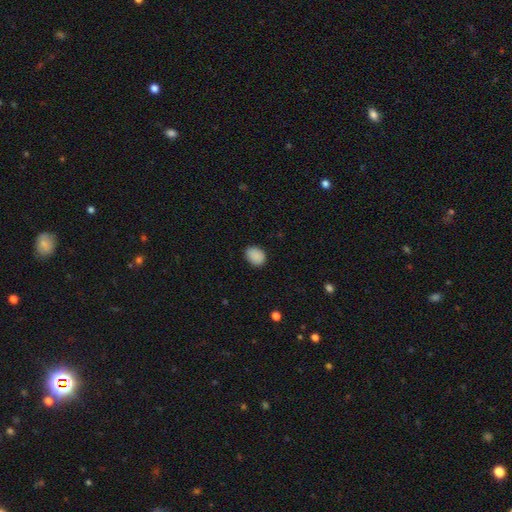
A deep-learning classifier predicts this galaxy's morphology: Smooth or featured: smooth — 89% (star or artifact — 8%)
How rounded: in between — 62% (round — 37%)
Merging: none — 84% (minor disturbance — 13%)